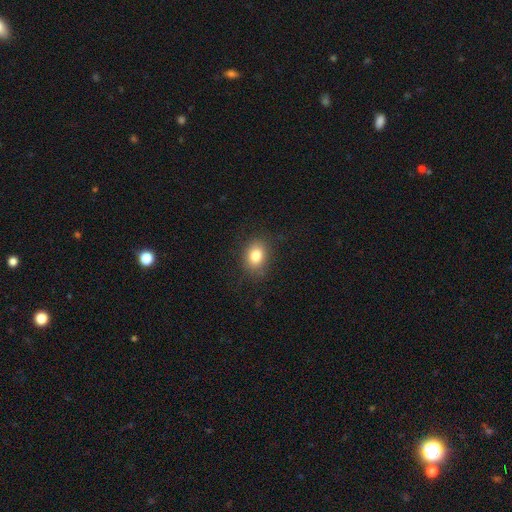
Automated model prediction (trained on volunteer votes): Q: Smooth or featured?
A: smooth (82%); runner-up: star or artifact (10%)
Q: How rounded?
A: in between (58%); runner-up: round (41%)
Q: Merging?
A: none (83%); runner-up: minor disturbance (12%)